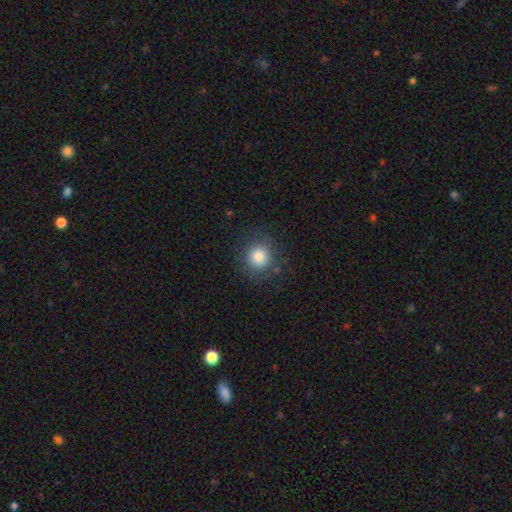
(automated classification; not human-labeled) Smooth or featured? smooth (83%)
How rounded? round (91%)
Merging? none (85%)